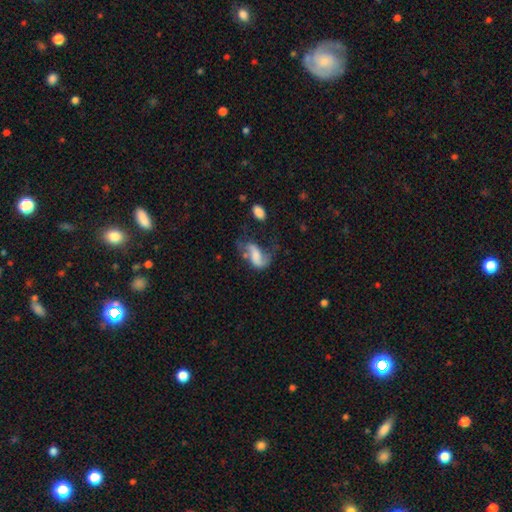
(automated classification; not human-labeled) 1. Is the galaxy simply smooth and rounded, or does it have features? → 55% featured or disk, 36% smooth, 10% star or artifact.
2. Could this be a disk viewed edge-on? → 95% no, 5% yes.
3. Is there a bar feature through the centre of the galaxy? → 48% no, 32% weak, 20% strong.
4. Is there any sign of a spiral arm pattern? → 77% yes, 23% no.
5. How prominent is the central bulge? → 46% none, 20% small, 16% moderate, 14% large, 4% dominant.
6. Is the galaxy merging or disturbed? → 41% major disturbance, 28% none, 21% minor disturbance, 11% merger.